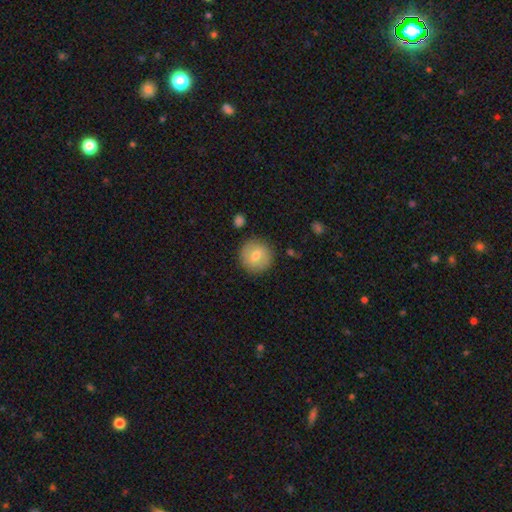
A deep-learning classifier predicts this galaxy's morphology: Smooth or featured? Predicted: smooth (p=0.73). How rounded? Predicted: round (p=0.93). Merging? Predicted: none (p=0.88).